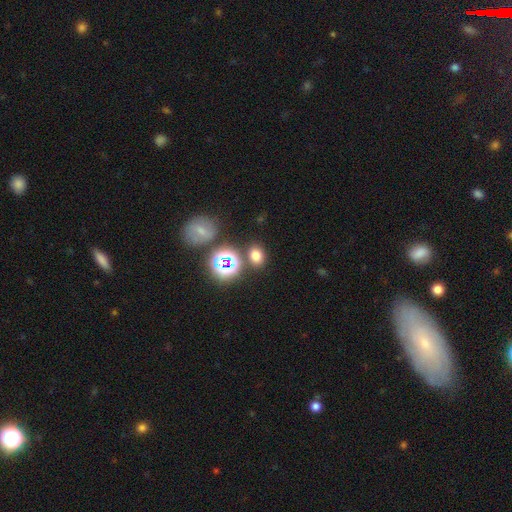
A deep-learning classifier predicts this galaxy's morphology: The model was most divided on "how rounded": in between: 55%, round: 44%, cigar-shaped: 1%. More confident: merging — none (77%); smooth or featured — smooth (70%).